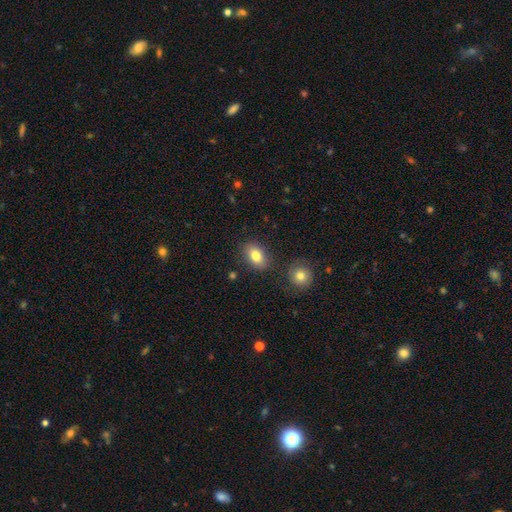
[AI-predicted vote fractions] Smooth or featured: smooth — 81% (featured or disk — 11%)
How rounded: in between — 82% (round — 16%)
Merging: none — 83% (minor disturbance — 10%)